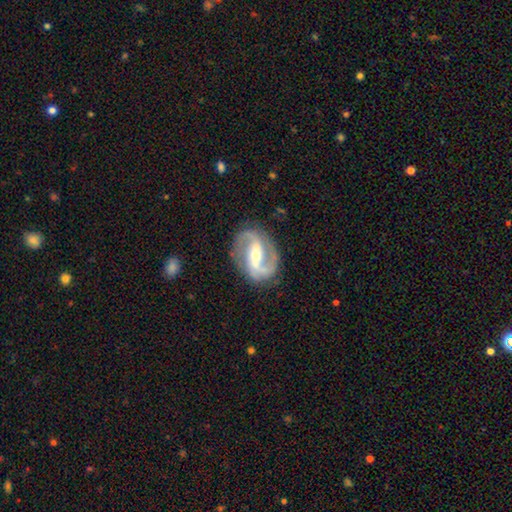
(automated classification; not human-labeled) A featured or disk galaxy (90%) with a strong bar (45%), 2 (92%) medium (52%) spiral arms (97%) and a moderate central bulge (52%).

Vote fractions:
- Smooth or featured? featured or disk: 90% / smooth: 5% / star or artifact: 4%
- Edge-on disk? no: 97% / yes: 3%
- Bar? strong: 45% / weak: 36% / no: 20%
- Spiral arms? yes: 97% / no: 3%
- Spiral winding? medium: 52% / loose: 30% / tight: 18%
- Spiral arm count? 2: 92% / can't tell: 2% / 1: 2% / 3: 1% / 4: 1% / more than 4: 1%
- Bulge size? moderate: 52% / small: 43% / large: 3% / none: 1% / dominant: 1%
- Merging? none: 82% / minor disturbance: 12% / major disturbance: 4% / merger: 1%